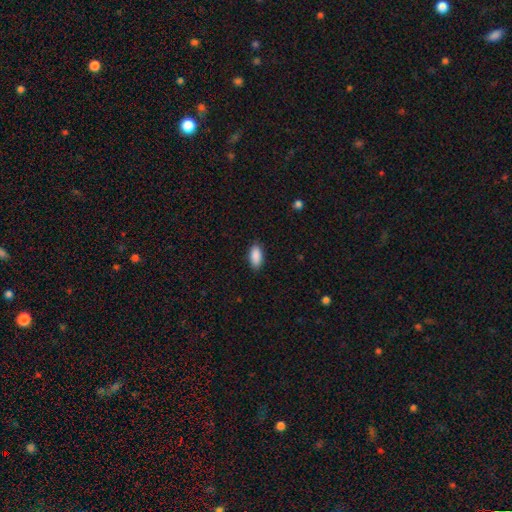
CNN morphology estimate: Smooth or featured? smooth (90%)
How rounded? in between (90%)
Merging? none (87%)